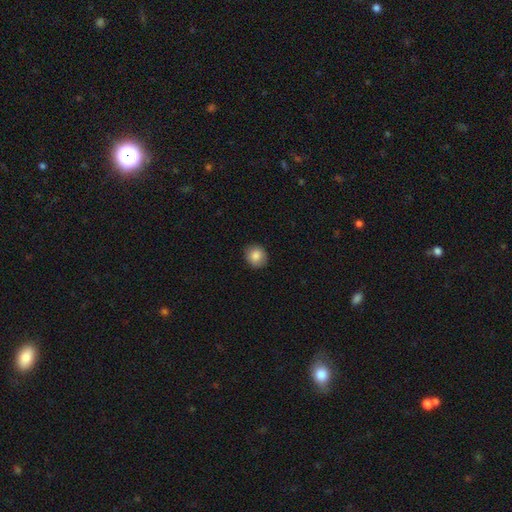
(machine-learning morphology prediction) Smooth or featured?
  - smooth: 85% *
  - star or artifact: 9%
  - featured or disk: 7%
How rounded?
  - round: 82% *
  - in between: 17%
  - cigar-shaped: 1%
Merging?
  - none: 89% *
  - minor disturbance: 8%
  - major disturbance: 2%
  - merger: 1%